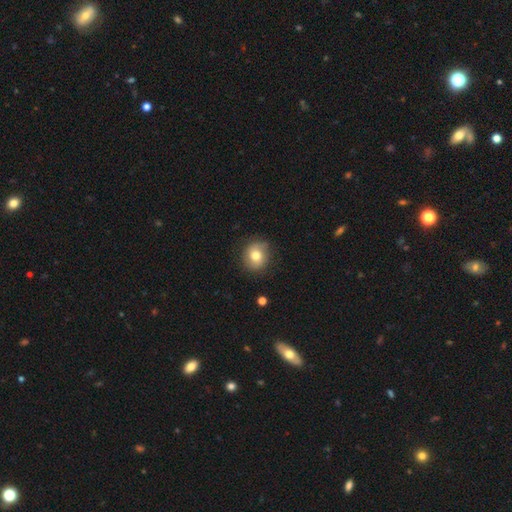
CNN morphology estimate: Smooth or featured? smooth (73%)
How rounded? round (82%)
Merging? none (81%)